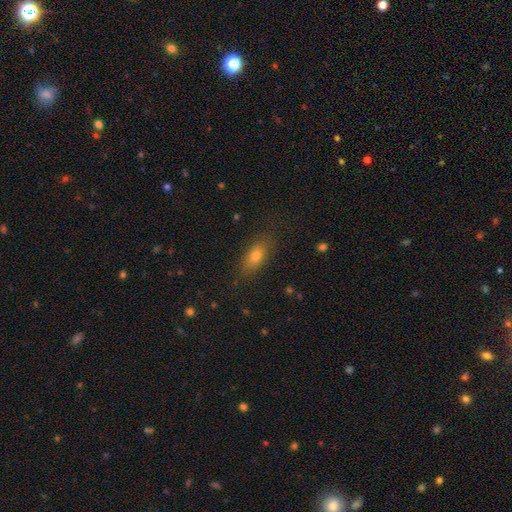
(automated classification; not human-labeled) Overall: smooth (73%). How rounded: in between (77%). Merging: none (83%).